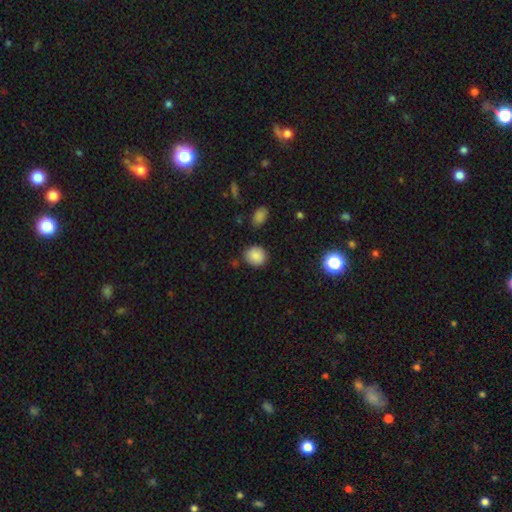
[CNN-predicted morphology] smooth_or_featured: smooth (p=0.86) [alt: star or artifact p=0.10]
how_rounded: round (p=0.80) [alt: in between p=0.19]
merging: none (p=0.85) [alt: minor disturbance p=0.10]